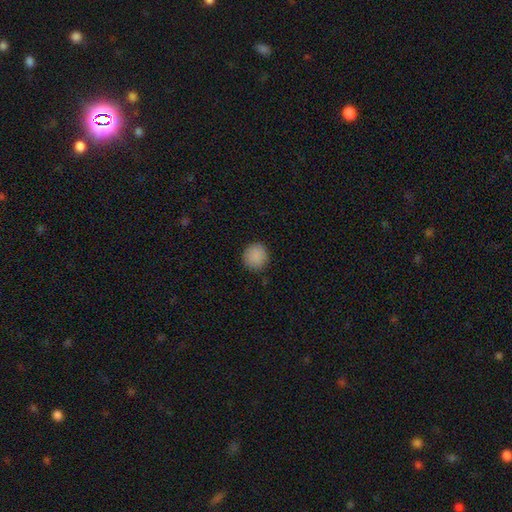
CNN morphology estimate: This appears to be a smooth galaxy with no disk features (88%) that is round (90%). Merging: none (88%).